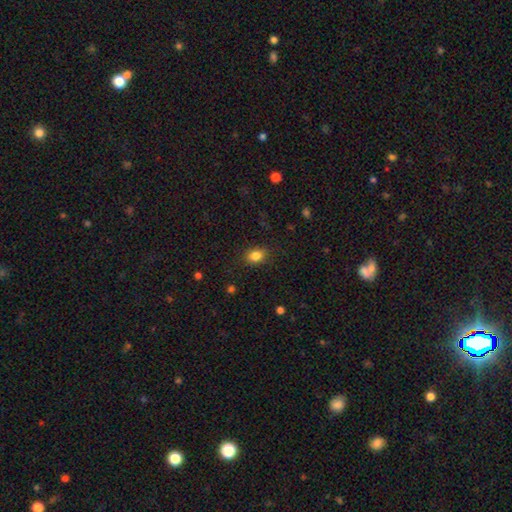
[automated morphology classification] The model was most divided on "how rounded": in between: 64%, round: 35%, cigar-shaped: 1%. More confident: merging — none (86%); smooth or featured — smooth (84%).